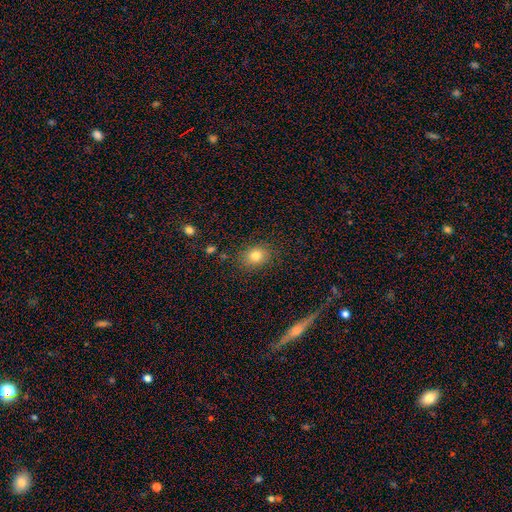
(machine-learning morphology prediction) Q: Smooth or featured?
A: smooth (79%); runner-up: star or artifact (12%)
Q: How rounded?
A: in between (51%); runner-up: round (48%)
Q: Merging?
A: none (84%); runner-up: minor disturbance (11%)